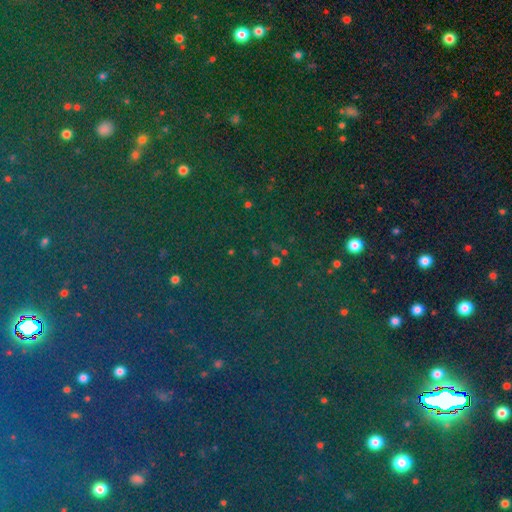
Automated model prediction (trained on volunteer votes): The model was most divided on "smooth or featured": star or artifact: 81%, smooth: 11%, featured or disk: 8%.